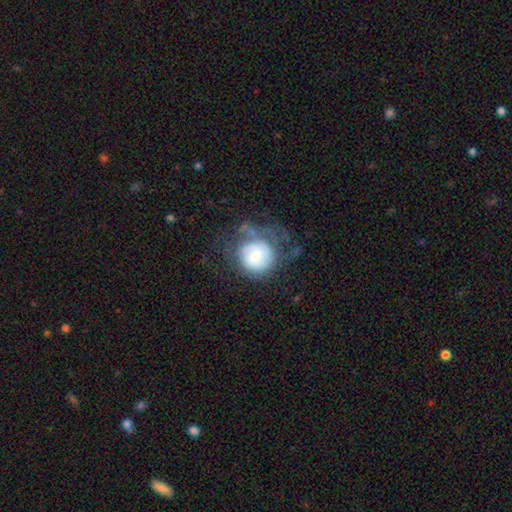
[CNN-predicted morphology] Smooth or featured? Predicted: smooth (p=0.48). Merging? Predicted: major disturbance (p=0.37).